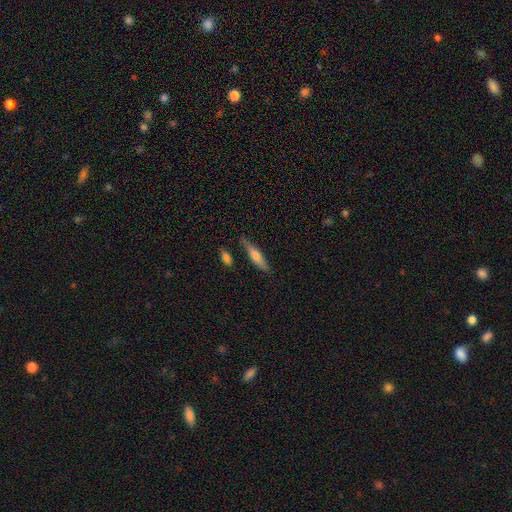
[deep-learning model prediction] Smooth or featured? smooth (57%)
How rounded? cigar-shaped (80%)
Merging? none (77%)